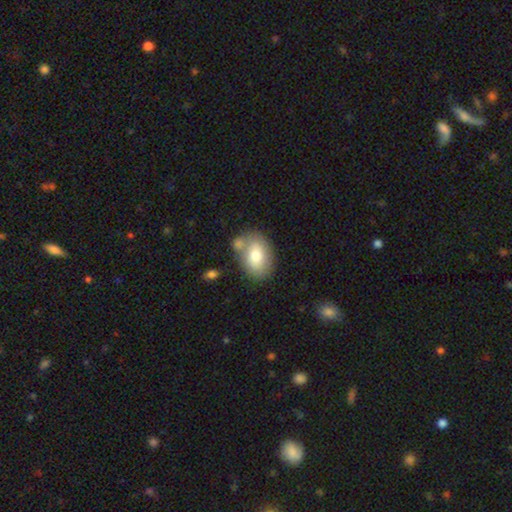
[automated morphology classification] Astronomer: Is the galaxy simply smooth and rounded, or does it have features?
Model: smooth — 74%.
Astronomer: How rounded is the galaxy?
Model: in between — 81%.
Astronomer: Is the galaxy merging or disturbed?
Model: none — 63%.